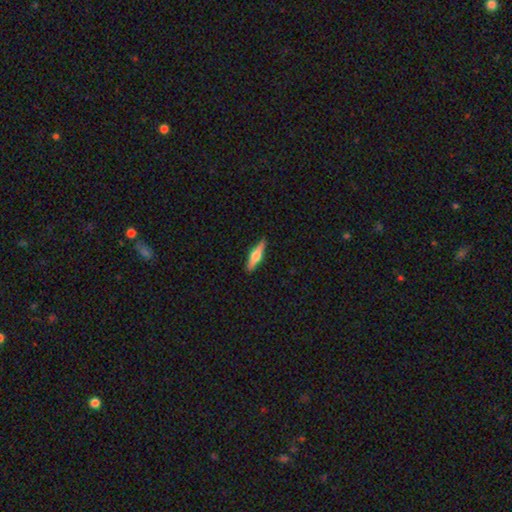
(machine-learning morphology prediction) This is possibly a featured or disk galaxy (52%). It is clearly viewed edge-on (95%). Merging: clearly none (90%).